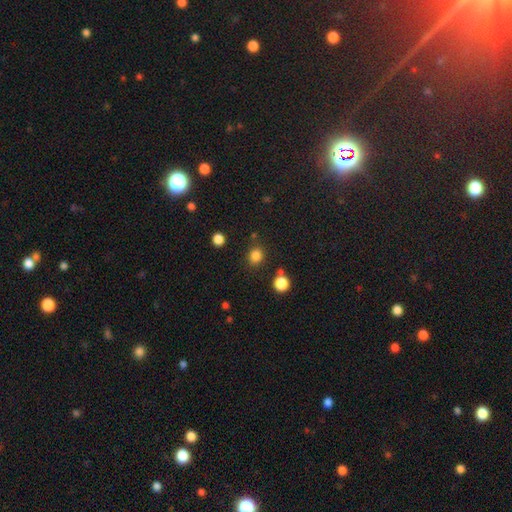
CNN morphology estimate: Overall: smooth (83%). How rounded: round (73%). Merging: none (82%).